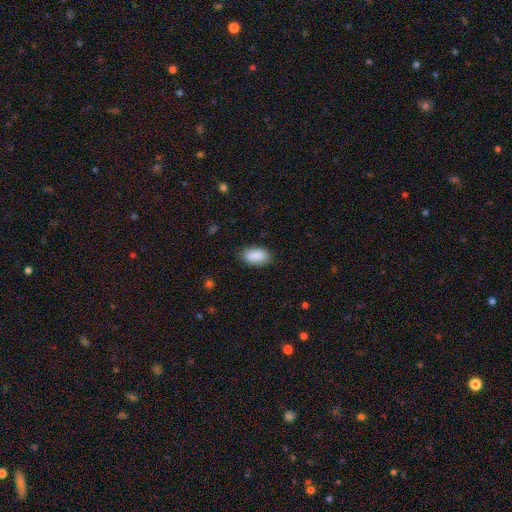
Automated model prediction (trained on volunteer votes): Q: Smooth or featured?
A: smooth (89%); runner-up: star or artifact (6%)
Q: How rounded?
A: in between (93%); runner-up: round (4%)
Q: Merging?
A: none (84%); runner-up: minor disturbance (12%)